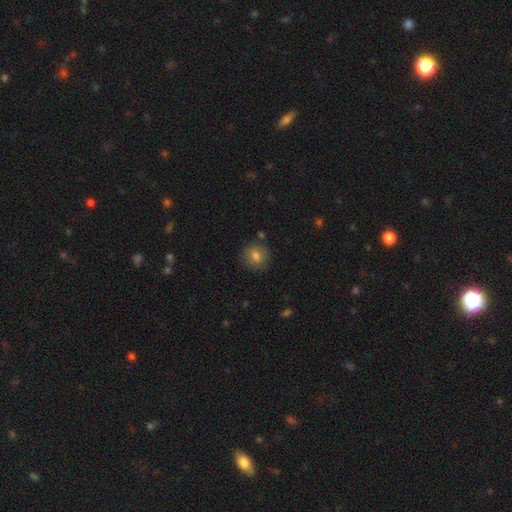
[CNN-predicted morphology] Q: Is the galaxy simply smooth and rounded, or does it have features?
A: smooth — 79%.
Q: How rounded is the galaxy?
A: round — 85%.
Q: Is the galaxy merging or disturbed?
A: none — 84%.